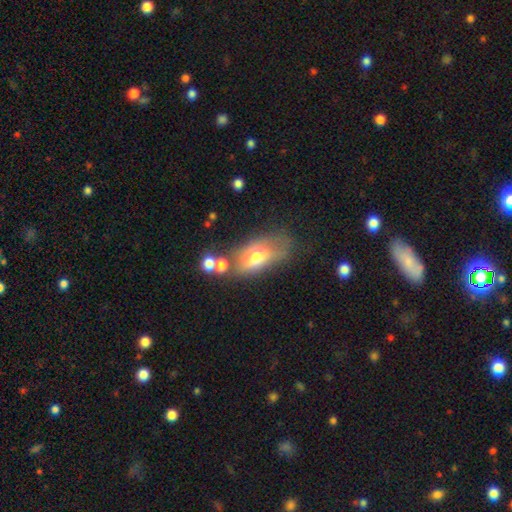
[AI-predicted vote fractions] Morphology: type=smooth (62%); roundness=in between (85%); merging=none (42%).